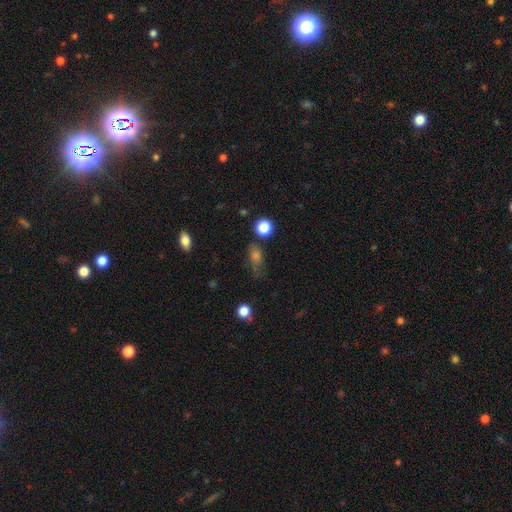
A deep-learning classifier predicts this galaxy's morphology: This appears to be a smooth galaxy with no disk features (67%) that is in between round and cigar-shaped (67%). Merging: none (53%).